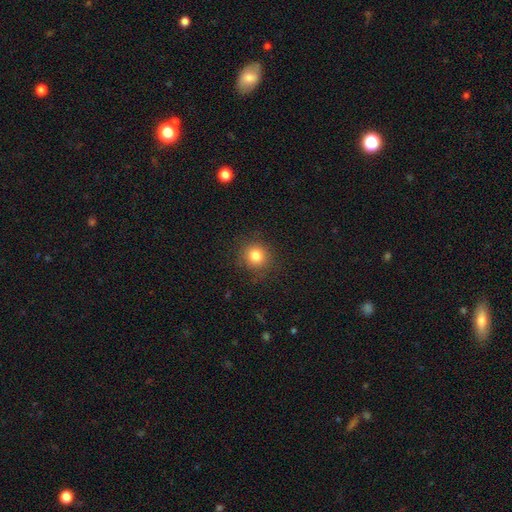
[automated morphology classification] smooth 82%, star or artifact 12%, featured or disk 6%. Down the decision tree: how rounded — round (91%); merging — none (88%).